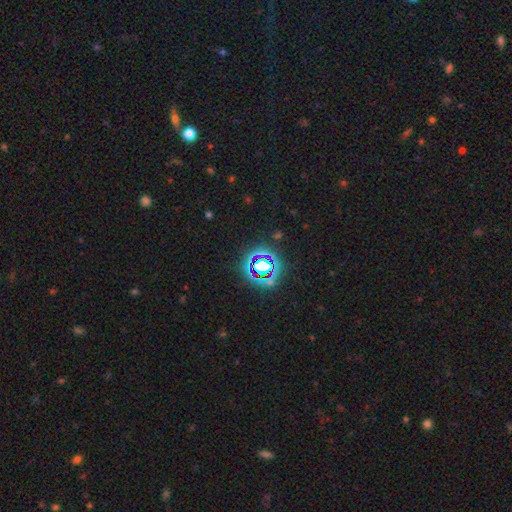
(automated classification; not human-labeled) Q: Smooth or featured?
A: star or artifact (70%); runner-up: smooth (19%)